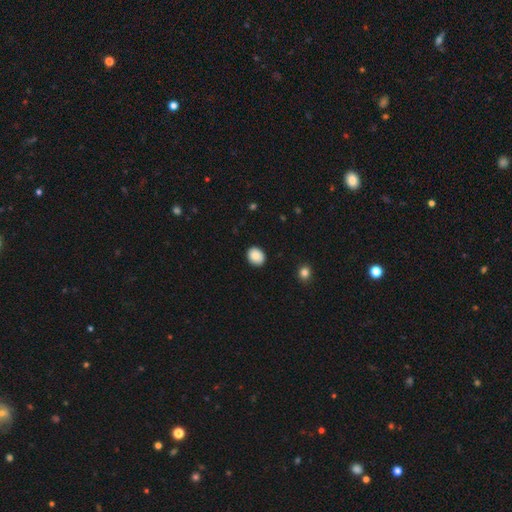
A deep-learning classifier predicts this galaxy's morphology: The model was most divided on "how rounded": round: 57%, in between: 42%, cigar-shaped: 1%. More confident: merging — none (88%); smooth or featured — smooth (86%).